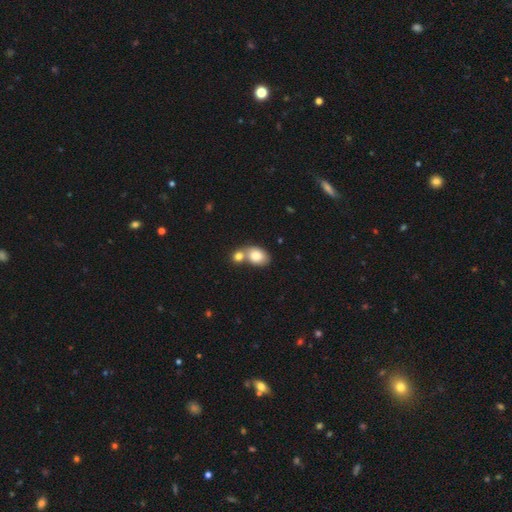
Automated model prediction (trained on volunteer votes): The model was most divided on "merging": merger: 48%, none: 38%, minor disturbance: 10%, major disturbance: 4%. More confident: smooth or featured — smooth (81%); how rounded — in between (75%).